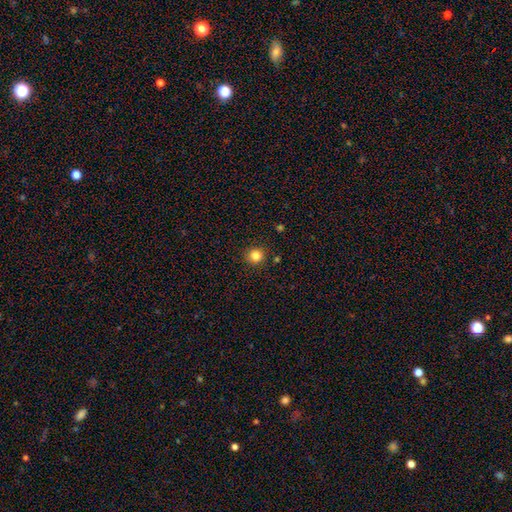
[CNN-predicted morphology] Overall: smooth (83%). How rounded: round (93%). Merging: none (91%).